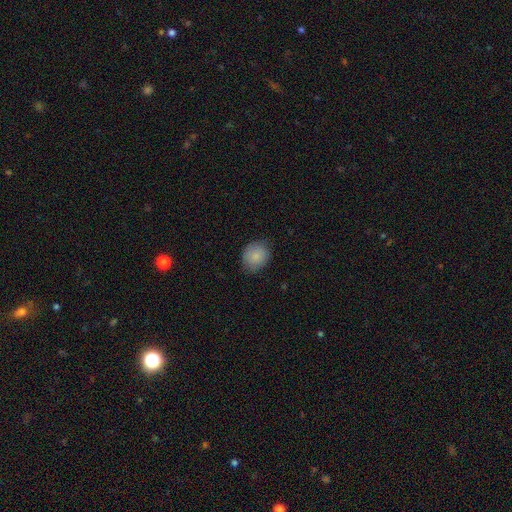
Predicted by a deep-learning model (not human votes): Smooth or featured? smooth (85%)
How rounded? round (69%)
Merging? none (76%)